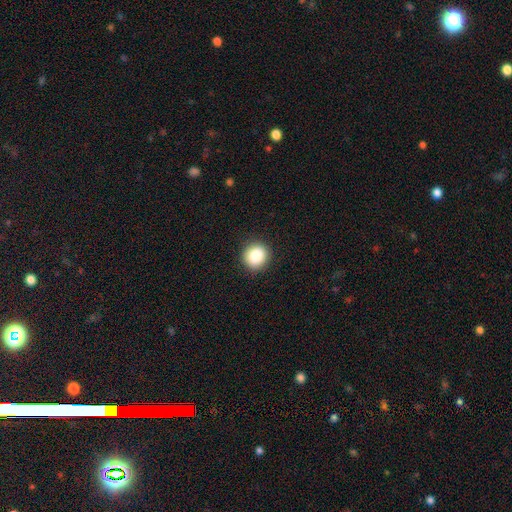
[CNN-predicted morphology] A smooth galaxy with no disk features (86%) that is round (90%).

Vote fractions:
- Smooth or featured? smooth: 86% / star or artifact: 9% / featured or disk: 5%
- How rounded? round: 90% / in between: 9% / cigar-shaped: 1%
- Merging? none: 91% / minor disturbance: 6% / major disturbance: 2% / merger: 1%